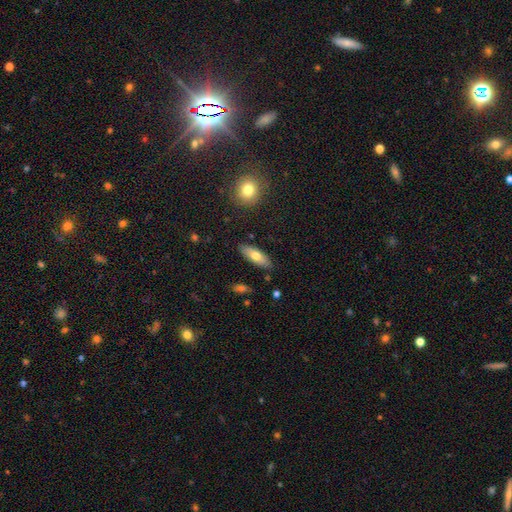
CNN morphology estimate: Smooth or featured? Predicted: smooth (p=0.69). How rounded? Predicted: in between (p=0.70). Merging? Predicted: none (p=0.86).